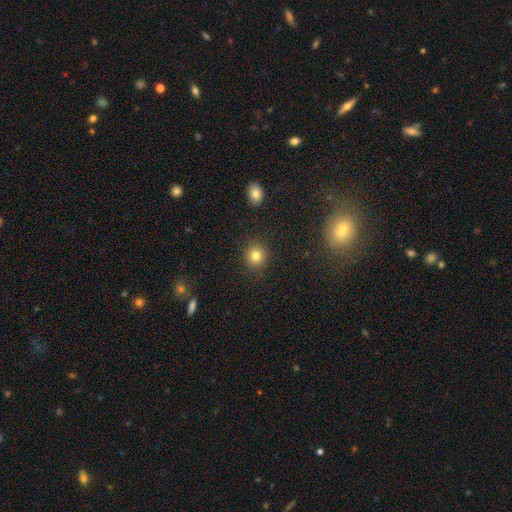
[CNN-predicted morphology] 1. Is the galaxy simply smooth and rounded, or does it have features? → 82% smooth, 12% star or artifact, 6% featured or disk.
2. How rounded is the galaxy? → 88% round, 11% in between, 1% cigar-shaped.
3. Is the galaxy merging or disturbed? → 90% none, 6% minor disturbance, 2% major disturbance, 2% merger.